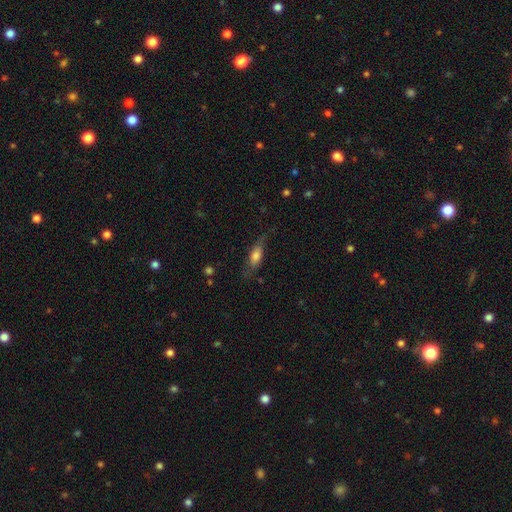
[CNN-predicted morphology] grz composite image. It shows a smooth galaxy with no disk features (63%) that is in between round and cigar-shaped (68%). Merging: none (60%).